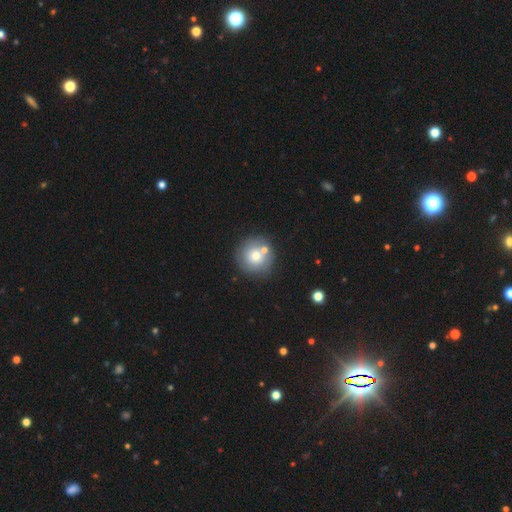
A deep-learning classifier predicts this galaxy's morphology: Smooth or featured?
  - smooth: 69% *
  - featured or disk: 22%
  - star or artifact: 9%
How rounded?
  - round: 94% *
  - in between: 5%
  - cigar-shaped: 1%
Merging?
  - none: 69% *
  - merger: 15%
  - minor disturbance: 11%
  - major disturbance: 4%